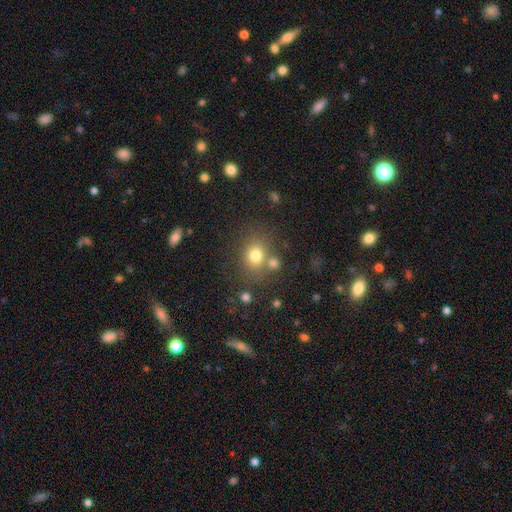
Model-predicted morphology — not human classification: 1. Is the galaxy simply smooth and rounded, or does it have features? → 74% smooth, 15% star or artifact, 10% featured or disk.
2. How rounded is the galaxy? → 65% round, 34% in between, 1% cigar-shaped.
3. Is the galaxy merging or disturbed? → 67% none, 17% merger, 12% minor disturbance, 5% major disturbance.